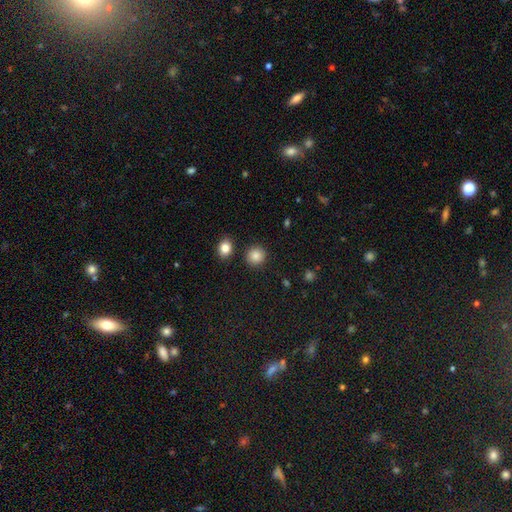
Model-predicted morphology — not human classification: Q: Smooth or featured?
A: smooth (86%); runner-up: star or artifact (9%)
Q: How rounded?
A: round (89%); runner-up: in between (10%)
Q: Merging?
A: none (88%); runner-up: minor disturbance (7%)